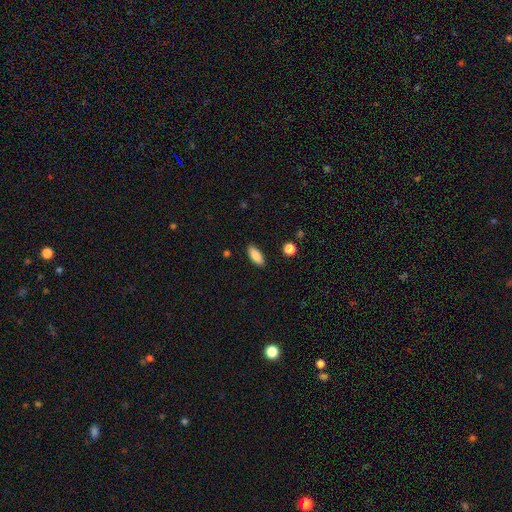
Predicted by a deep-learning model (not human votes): This is clearly a smooth galaxy (87%). How rounded: likely in between (78%). Merging: clearly none (88%).